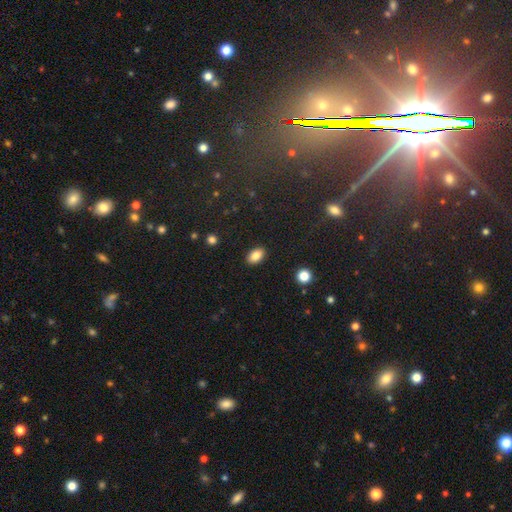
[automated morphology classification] smooth-or-featured: smooth: 86% | star or artifact: 9% | featured or disk: 6%
  how-rounded: in between: 90% | round: 8% | cigar-shaped: 2%
  merging: none: 89% | minor disturbance: 8% | major disturbance: 2% | merger: 1%